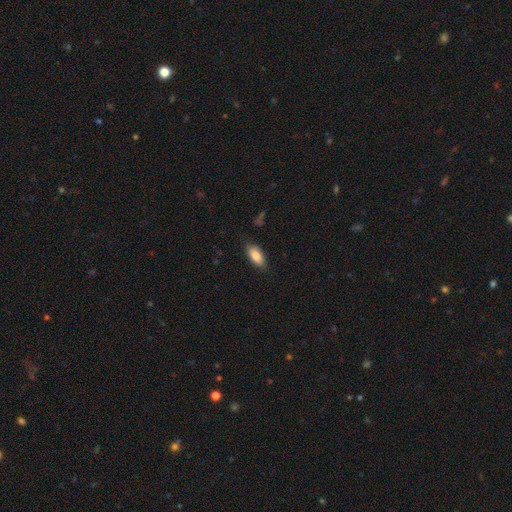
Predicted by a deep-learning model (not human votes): smooth_or_featured: smooth (p=0.85) [alt: featured or disk p=0.08]
how_rounded: in between (p=0.88) [alt: cigar-shaped p=0.09]
merging: none (p=0.81) [alt: minor disturbance p=0.15]